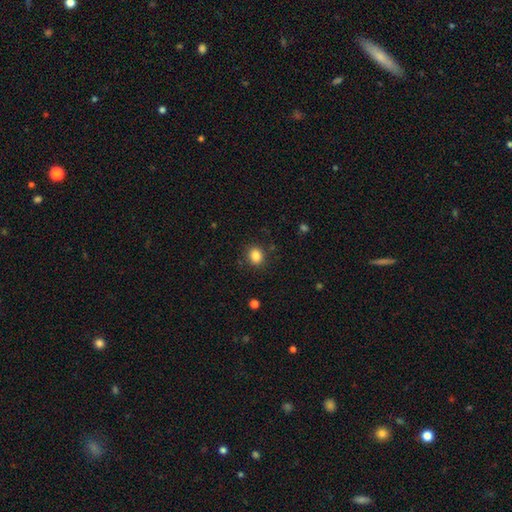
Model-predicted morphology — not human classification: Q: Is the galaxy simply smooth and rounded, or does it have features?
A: smooth — 85%.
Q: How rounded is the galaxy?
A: round — 66%.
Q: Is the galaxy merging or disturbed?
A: none — 86%.